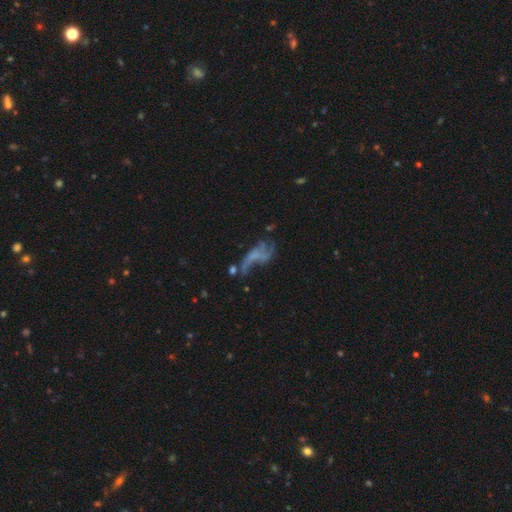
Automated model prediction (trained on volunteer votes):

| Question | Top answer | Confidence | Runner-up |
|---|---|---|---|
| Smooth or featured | featured or disk | 60% | smooth (22%) |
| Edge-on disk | no | 92% | yes (8%) |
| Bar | no | 77% | weak (17%) |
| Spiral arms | yes | 50% | tied: no (50%) |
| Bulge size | none | 74% | small (16%) |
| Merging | major disturbance | 42% | none (29%) |